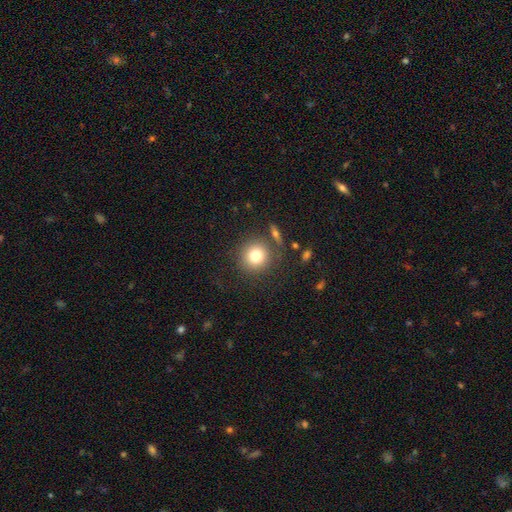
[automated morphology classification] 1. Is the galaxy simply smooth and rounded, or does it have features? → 78% smooth, 11% star or artifact, 10% featured or disk.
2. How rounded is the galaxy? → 92% round, 7% in between, 1% cigar-shaped.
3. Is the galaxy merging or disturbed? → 82% none, 9% minor disturbance, 6% merger, 4% major disturbance.